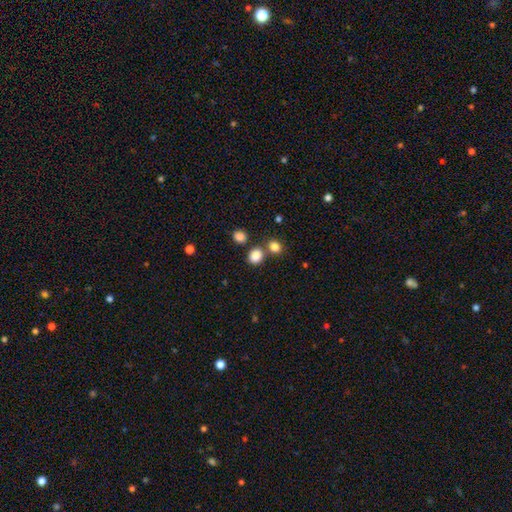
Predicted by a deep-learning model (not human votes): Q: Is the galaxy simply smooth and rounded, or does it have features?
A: smooth — 85%.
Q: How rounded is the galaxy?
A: round — 64%.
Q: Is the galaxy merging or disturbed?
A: none — 69%.